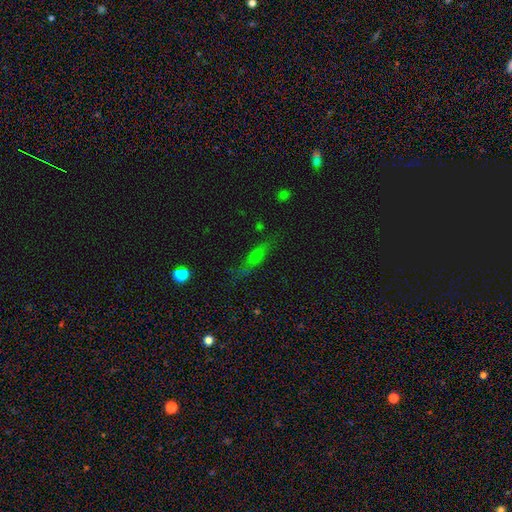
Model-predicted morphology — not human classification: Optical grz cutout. It shows a smooth galaxy with no disk features (49%). Merging: none (63%).